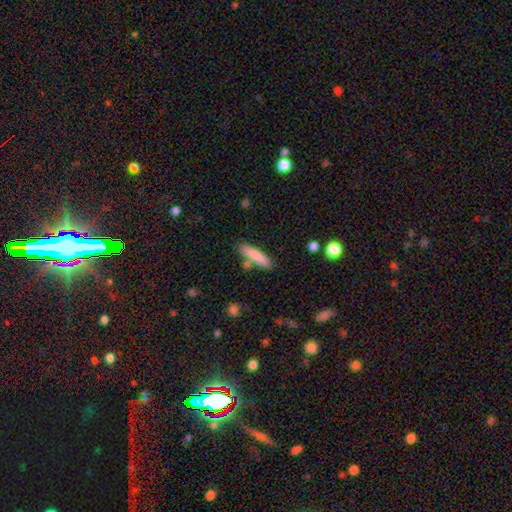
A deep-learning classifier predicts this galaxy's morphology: A smooth galaxy with no disk features (83%) that is cigar-shaped (78%). Merging: none (77%).